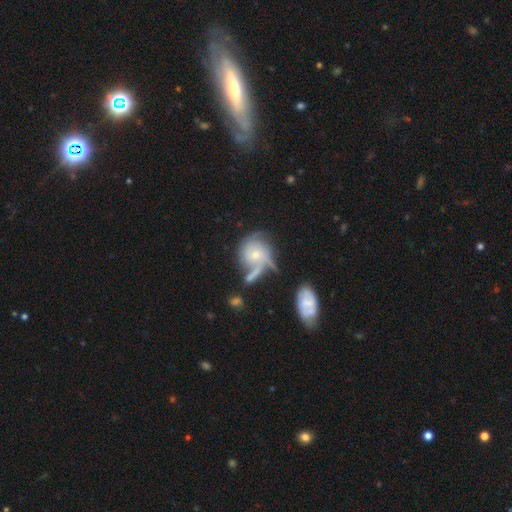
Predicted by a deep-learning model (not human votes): featured or disk 71%, smooth 21%, star or artifact 8%. Down the decision tree: edge-on disk — no (96%); bar — no (71%); spiral arms — yes (89%); spiral arm count — 2 (34%); spiral winding — medium (41%); bulge size — small (50%); merging — none (41%).